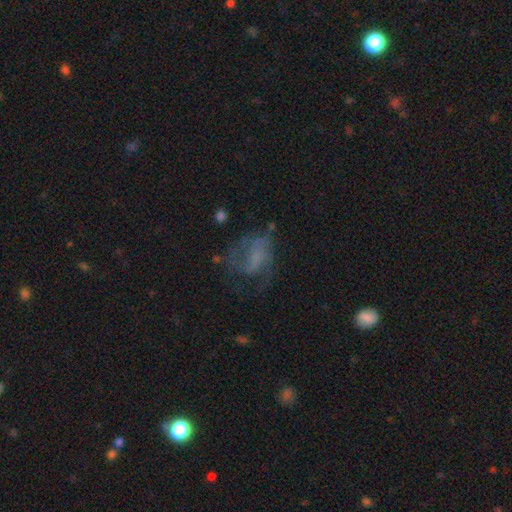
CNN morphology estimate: A featured or disk galaxy (56%) with no bar (55%), spiral arms (65%) and no central bulge (57%).

Vote fractions:
- Smooth or featured? featured or disk: 56% / smooth: 29% / star or artifact: 15%
- Edge-on disk? no: 97% / yes: 3%
- Bar? no: 55% / weak: 35% / strong: 10%
- Spiral arms? yes: 65% / no: 35%
- Bulge size? none: 57% / small: 23% / moderate: 14% / large: 5% / dominant: 1%
- Merging? none: 41% / major disturbance: 36% / minor disturbance: 20% / merger: 3%